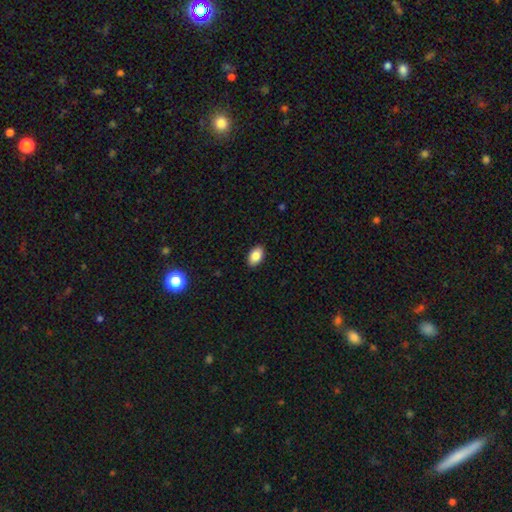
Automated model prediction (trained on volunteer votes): Smooth or featured? Predicted: smooth (p=0.86). How rounded? Predicted: in between (p=0.92). Merging? Predicted: none (p=0.90).